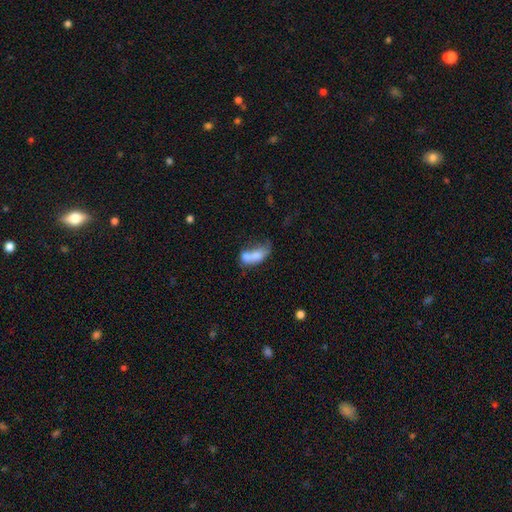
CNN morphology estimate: Overall: smooth (67%). How rounded: in between (81%). Merging: merger (58%).